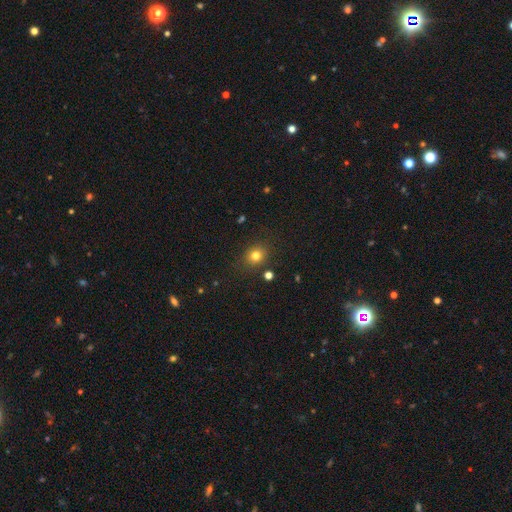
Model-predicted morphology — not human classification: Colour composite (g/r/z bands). It shows a smooth galaxy with no disk features (77%) that is round (73%). Merging: none (84%).